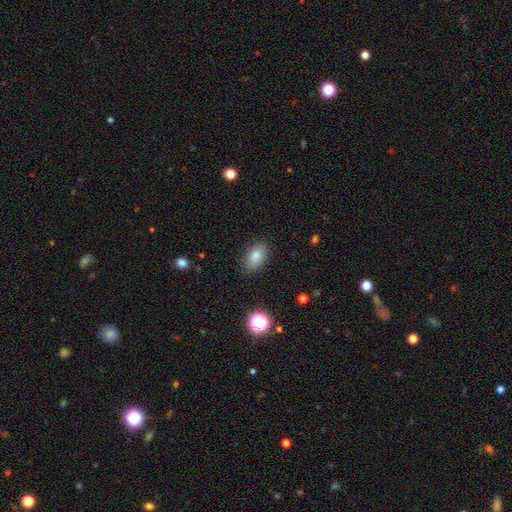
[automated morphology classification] A smooth galaxy with no disk features (79%) that is in between round and cigar-shaped (86%). Merging: none (85%).